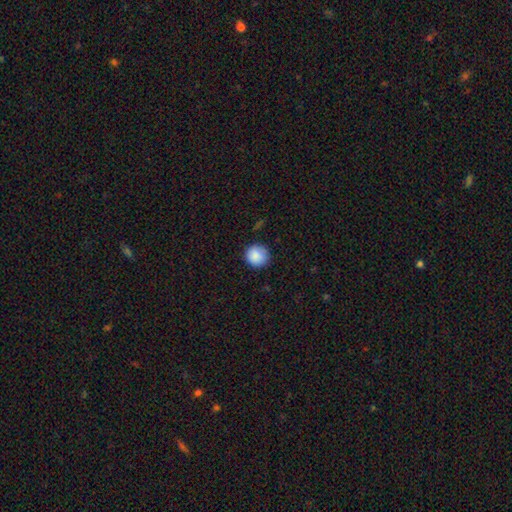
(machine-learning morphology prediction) Q: Smooth or featured?
A: smooth (88%); runner-up: star or artifact (8%)
Q: How rounded?
A: round (92%); runner-up: in between (7%)
Q: Merging?
A: none (86%); runner-up: minor disturbance (11%)